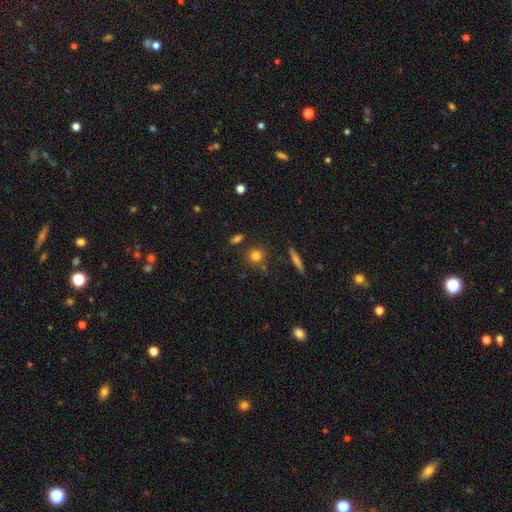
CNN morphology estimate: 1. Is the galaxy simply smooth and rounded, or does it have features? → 78% smooth, 13% star or artifact, 10% featured or disk.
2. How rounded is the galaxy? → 84% round, 13% in between, 3% cigar-shaped.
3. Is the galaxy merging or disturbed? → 80% none, 10% minor disturbance, 7% merger, 3% major disturbance.